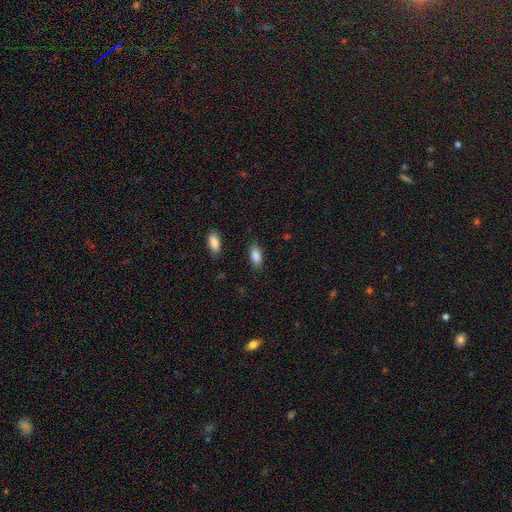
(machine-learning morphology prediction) This appears to be a smooth galaxy with no disk features (87%) that is in between round and cigar-shaped (89%). Merging: none (81%).